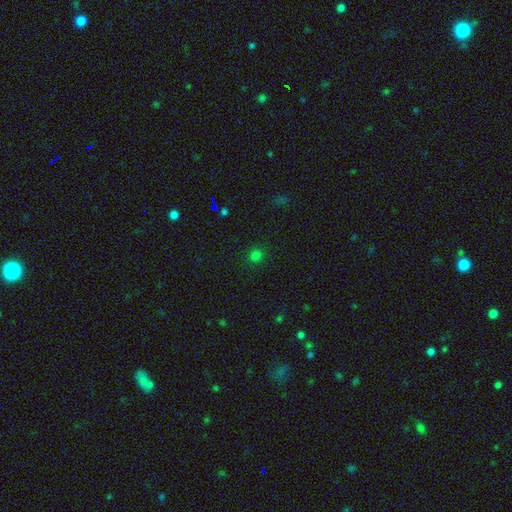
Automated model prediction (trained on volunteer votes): smooth-or-featured: smooth: 69% | star or artifact: 26% | featured or disk: 5%
  how-rounded: round: 83% | in between: 16% | cigar-shaped: 1%
  merging: none: 80% | minor disturbance: 12% | major disturbance: 4% | merger: 4%